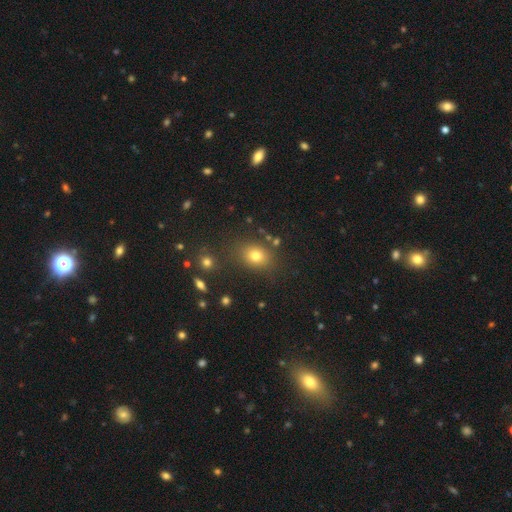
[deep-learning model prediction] Smooth or featured: smooth — 76% (star or artifact — 15%)
How rounded: round — 52% (in between — 46%)
Merging: none — 78% (minor disturbance — 12%)